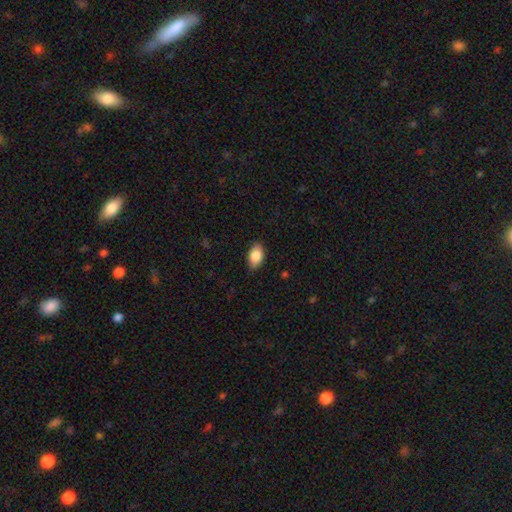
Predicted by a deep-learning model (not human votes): Smooth or featured? Predicted: smooth (p=0.86). How rounded? Predicted: in between (p=0.91). Merging? Predicted: none (p=0.85).